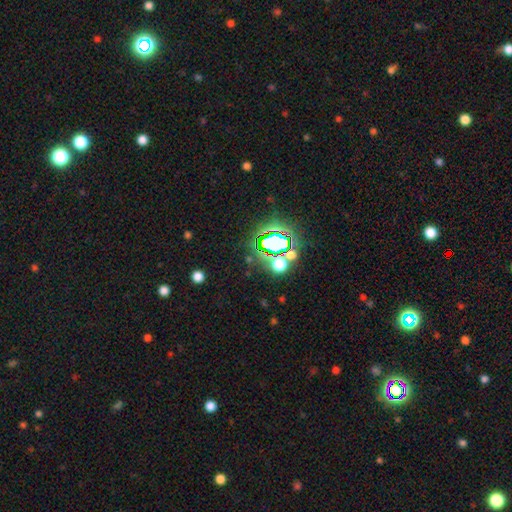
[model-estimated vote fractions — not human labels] Smooth or featured? star or artifact (79%)